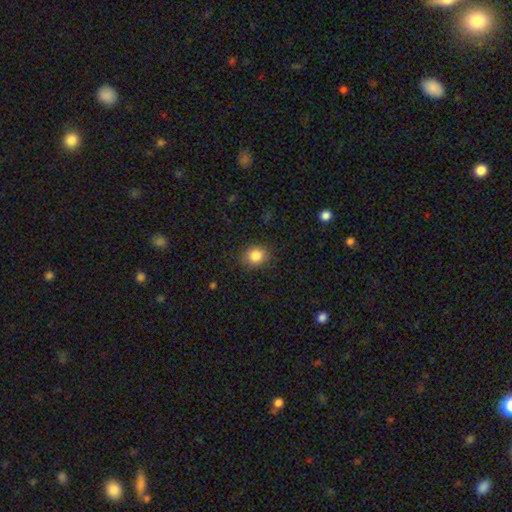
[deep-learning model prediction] smooth 85%, star or artifact 10%, featured or disk 5%. Down the decision tree: how rounded — round (71%); merging — none (88%).